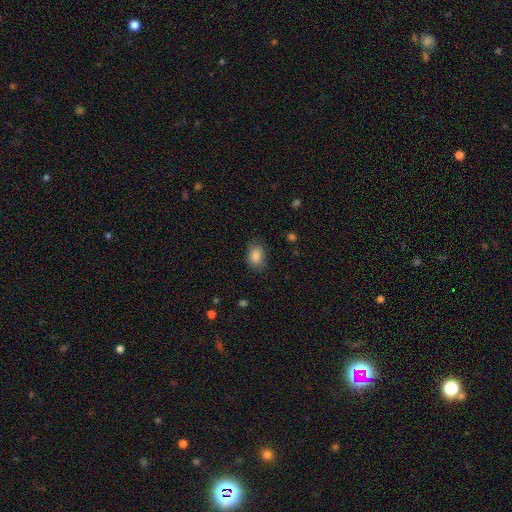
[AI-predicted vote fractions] This appears to be a smooth galaxy with no disk features (87%) that is in between round and cigar-shaped (79%). Merging: none (79%).